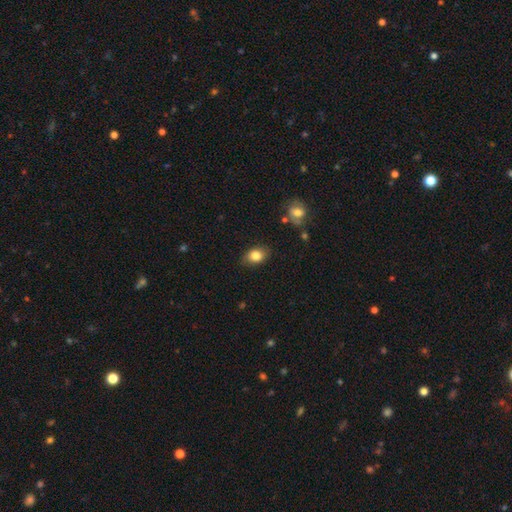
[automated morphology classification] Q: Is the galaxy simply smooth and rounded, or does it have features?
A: smooth — 82%.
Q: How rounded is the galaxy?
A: in between — 75%.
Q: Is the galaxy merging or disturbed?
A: none — 80%.